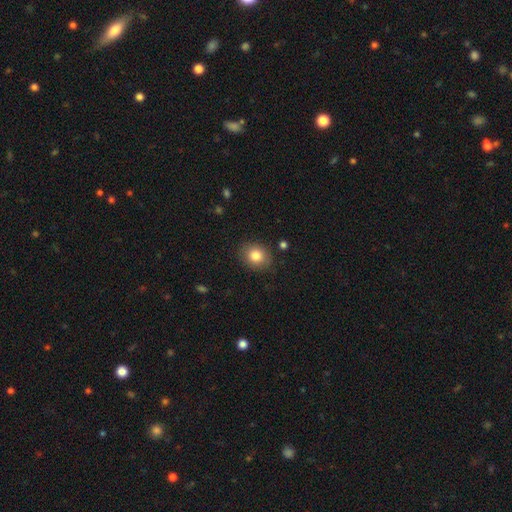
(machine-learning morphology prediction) Q: Smooth or featured?
A: smooth (83%); runner-up: star or artifact (9%)
Q: How rounded?
A: round (58%); runner-up: in between (41%)
Q: Merging?
A: none (86%); runner-up: minor disturbance (10%)